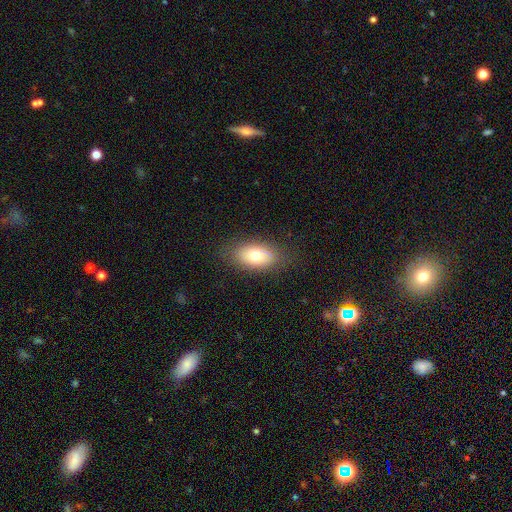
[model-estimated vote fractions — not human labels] smooth-or-featured: smooth: 73% | featured or disk: 19% | star or artifact: 8%
  how-rounded: in between: 90% | round: 7% | cigar-shaped: 3%
  merging: none: 82% | minor disturbance: 13% | major disturbance: 4% | merger: 1%